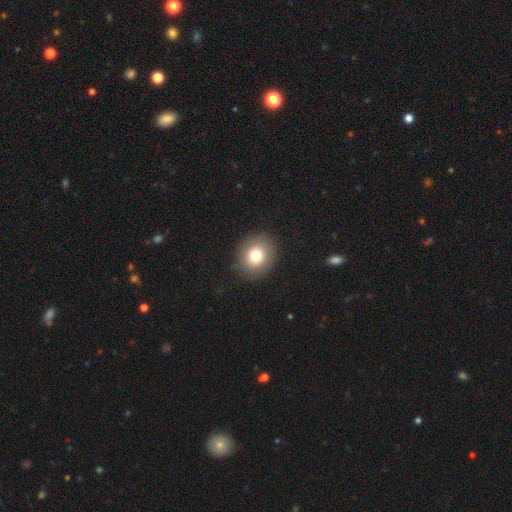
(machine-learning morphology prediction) A smooth galaxy with no disk features (77%) that is round (75%). Merging: none (87%).